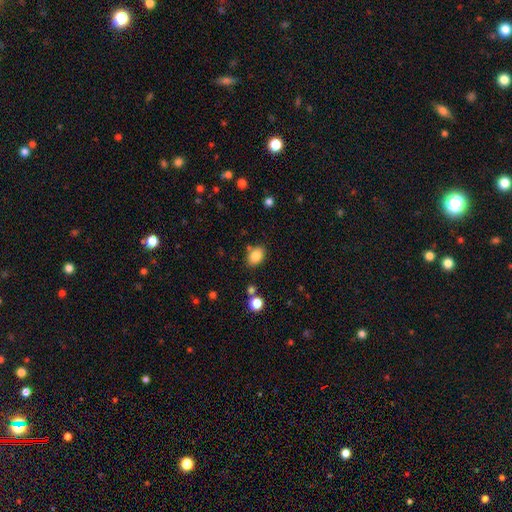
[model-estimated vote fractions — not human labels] Smooth or featured: smooth — 84% (star or artifact — 9%)
How rounded: in between — 80% (round — 19%)
Merging: none — 79% (minor disturbance — 12%)